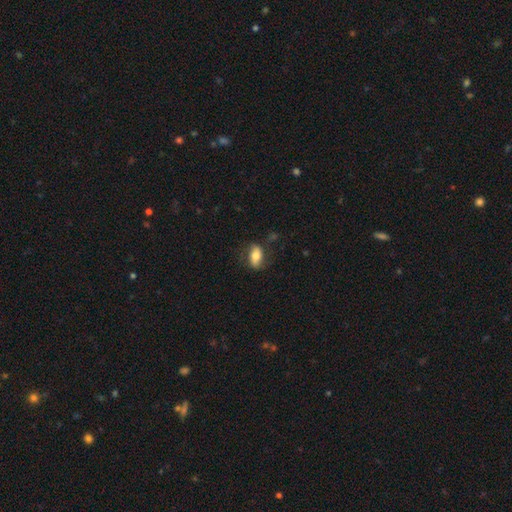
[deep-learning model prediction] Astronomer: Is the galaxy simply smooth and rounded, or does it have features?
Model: smooth — 65%.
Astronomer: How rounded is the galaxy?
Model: in between — 86%.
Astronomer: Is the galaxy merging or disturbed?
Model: none — 68%.